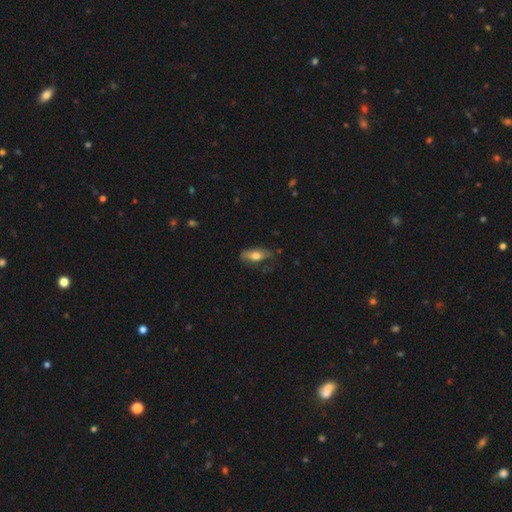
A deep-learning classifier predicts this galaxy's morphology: smooth-or-featured: smooth: 68% | featured or disk: 25% | star or artifact: 7%
  how-rounded: in between: 77% | cigar-shaped: 20% | round: 4%
  merging: none: 65% | minor disturbance: 25% | major disturbance: 8% | merger: 2%